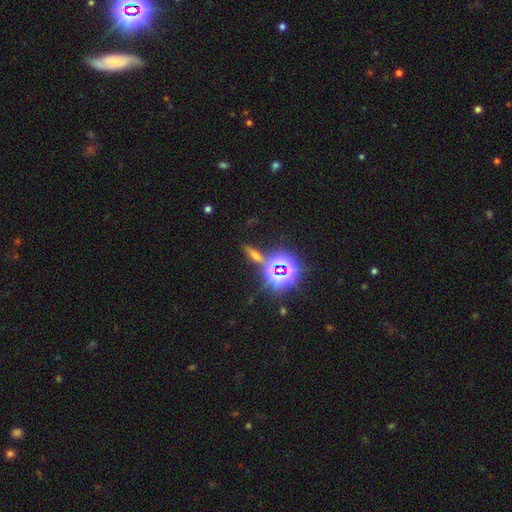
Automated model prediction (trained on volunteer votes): Morphology: type=star or artifact (42%).